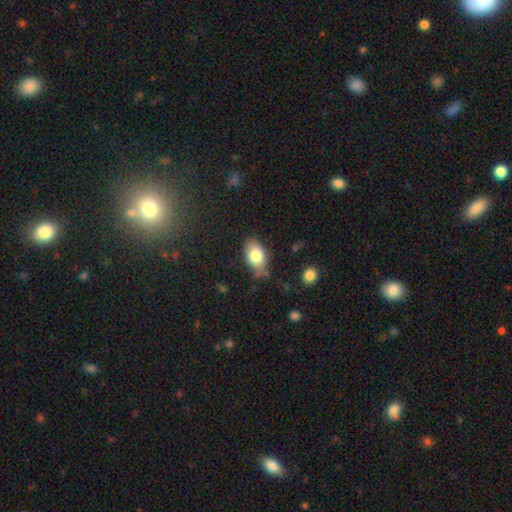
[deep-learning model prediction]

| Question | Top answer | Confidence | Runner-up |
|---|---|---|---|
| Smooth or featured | smooth | 81% | featured or disk (12%) |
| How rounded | in between | 89% | round (9%) |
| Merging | none | 69% | minor disturbance (23%) |